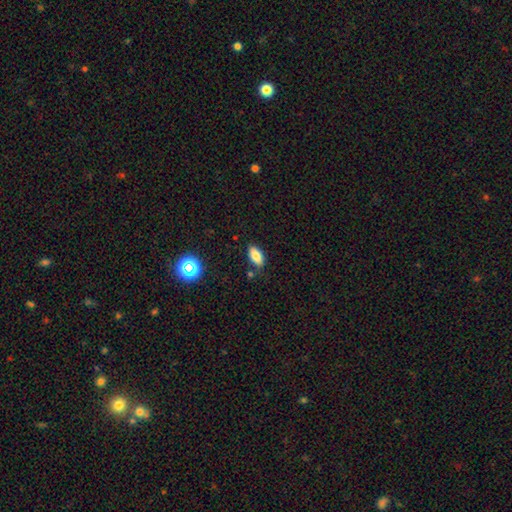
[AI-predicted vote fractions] Overall: smooth (81%). How rounded: in between (87%). Merging: none (82%).